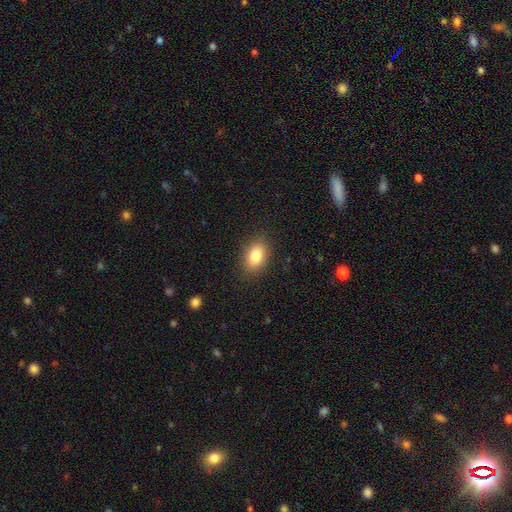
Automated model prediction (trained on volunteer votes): smooth 82%, featured or disk 9%, star or artifact 9%. Down the decision tree: how rounded — in between (84%); merging — none (86%).